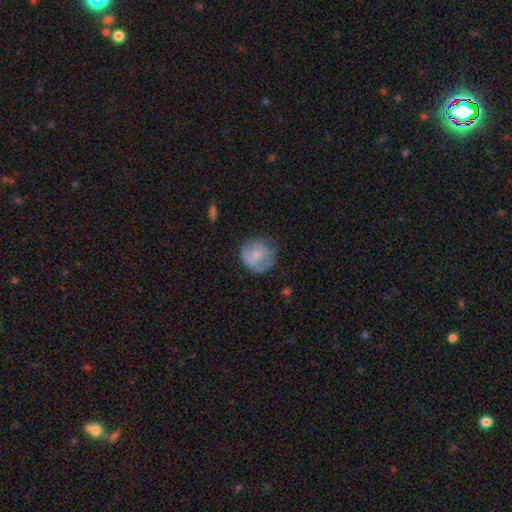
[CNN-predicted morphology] This is likely a smooth galaxy (64%). How rounded: clearly round (88%). Merging: likely none (61%).